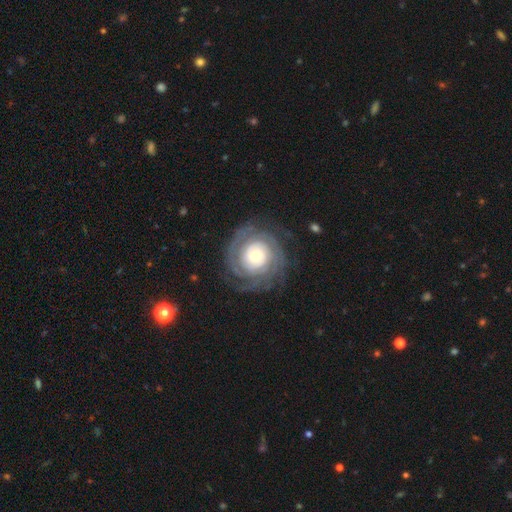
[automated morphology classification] Q: Smooth or featured?
A: featured or disk (83%); runner-up: smooth (12%)
Q: Edge-on disk?
A: no (98%); runner-up: yes (2%)
Q: Bar?
A: no (81%); runner-up: weak (14%)
Q: Spiral arms?
A: yes (93%); runner-up: no (7%)
Q: Spiral winding?
A: tight (79%); runner-up: medium (16%)
Q: Spiral arm count?
A: can't tell (35%); runner-up: 2 (19%)
Q: Bulge size?
A: moderate (53%); runner-up: small (28%)
Q: Merging?
A: none (79%); runner-up: minor disturbance (12%)